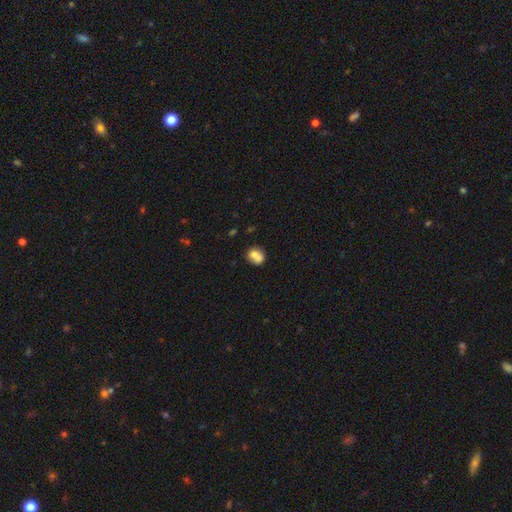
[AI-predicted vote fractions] This is likely a smooth galaxy (71%). How rounded: likely round (63%). Merging: possibly merger (53%).